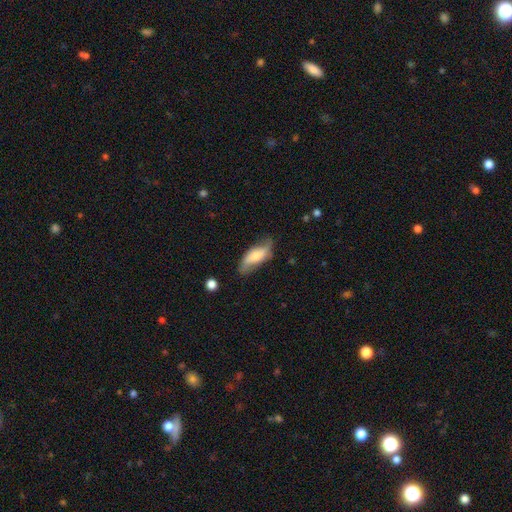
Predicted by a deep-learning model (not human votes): smooth_or_featured: smooth (p=0.57) [alt: featured or disk p=0.36]
how_rounded: in between (p=0.75) [alt: cigar-shaped p=0.23]
merging: none (p=0.61) [alt: minor disturbance p=0.29]